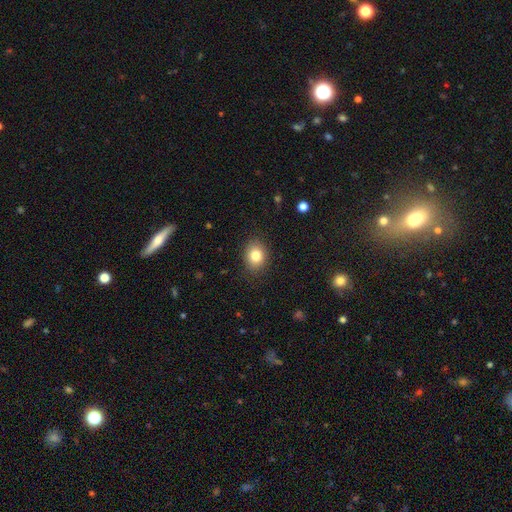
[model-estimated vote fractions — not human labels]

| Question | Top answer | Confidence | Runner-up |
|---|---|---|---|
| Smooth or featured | smooth | 83% | star or artifact (10%) |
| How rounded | in between | 50% | round (49%) |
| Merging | none | 86% | minor disturbance (10%) |